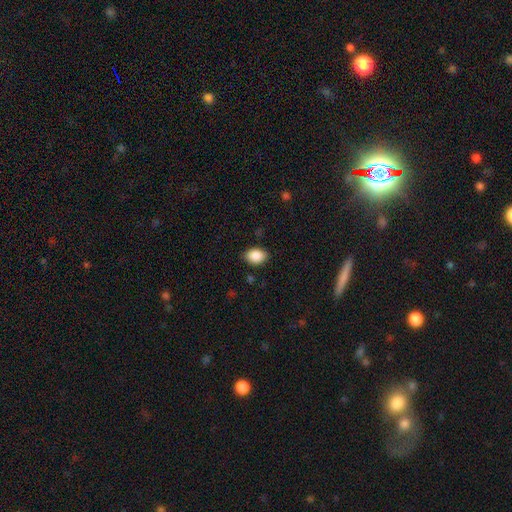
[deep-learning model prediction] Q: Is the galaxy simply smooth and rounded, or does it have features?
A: smooth — 89%.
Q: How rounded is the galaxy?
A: in between — 77%.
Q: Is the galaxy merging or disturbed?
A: none — 84%.